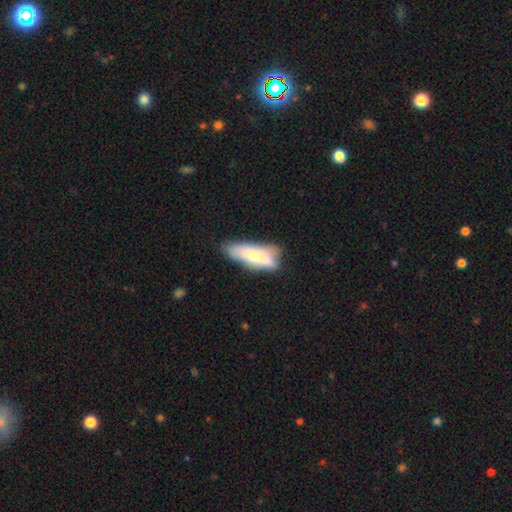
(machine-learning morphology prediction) A smooth galaxy with no disk features (58%) that is in between round and cigar-shaped (51%). Merging: none (51%).